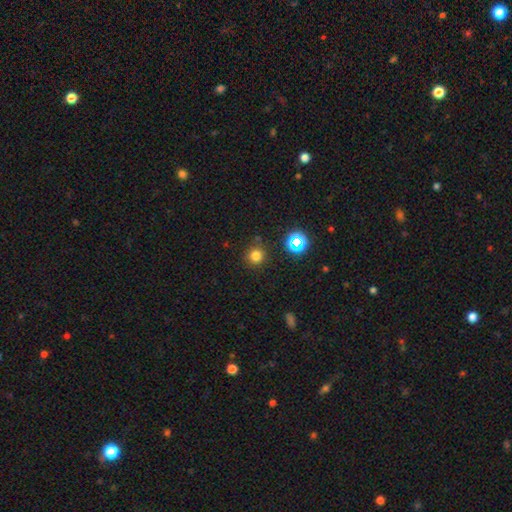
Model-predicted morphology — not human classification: This appears to be a smooth galaxy with no disk features (75%) that is round (93%). Merging: none (85%).